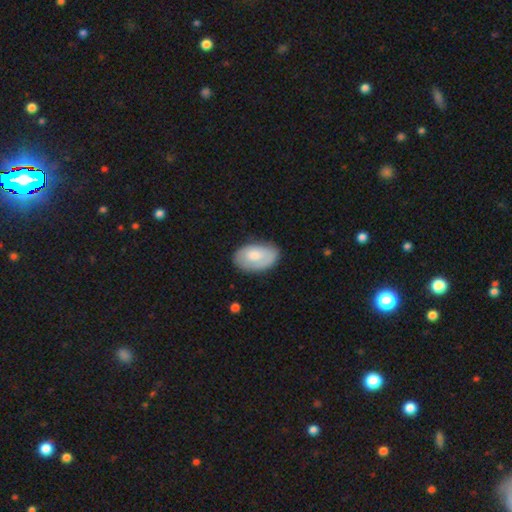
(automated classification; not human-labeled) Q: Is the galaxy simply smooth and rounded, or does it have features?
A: smooth — 68%.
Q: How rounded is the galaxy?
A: in between — 92%.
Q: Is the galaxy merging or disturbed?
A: none — 72%.